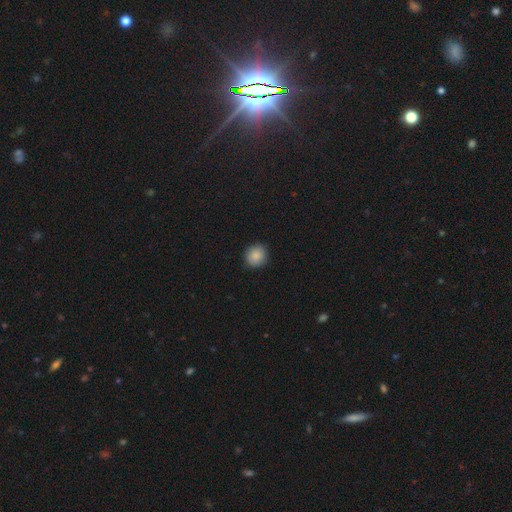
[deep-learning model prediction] Smooth or featured: smooth — 88% (star or artifact — 8%)
How rounded: round — 90% (in between — 9%)
Merging: none — 91% (minor disturbance — 6%)